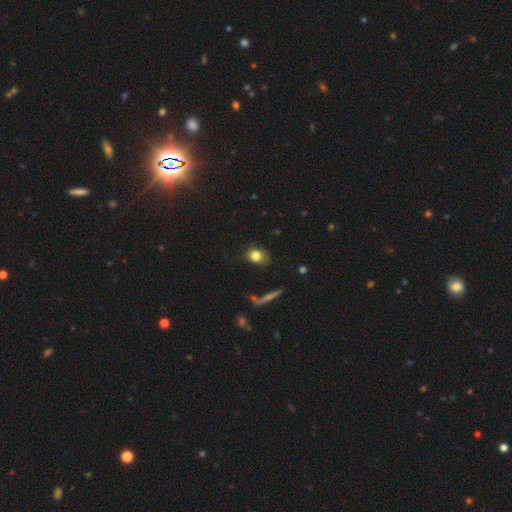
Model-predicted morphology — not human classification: smooth-or-featured: smooth: 82% | star or artifact: 9% | featured or disk: 9%
  how-rounded: in between: 53% | round: 45% | cigar-shaped: 2%
  merging: none: 64% | minor disturbance: 24% | major disturbance: 8% | merger: 4%